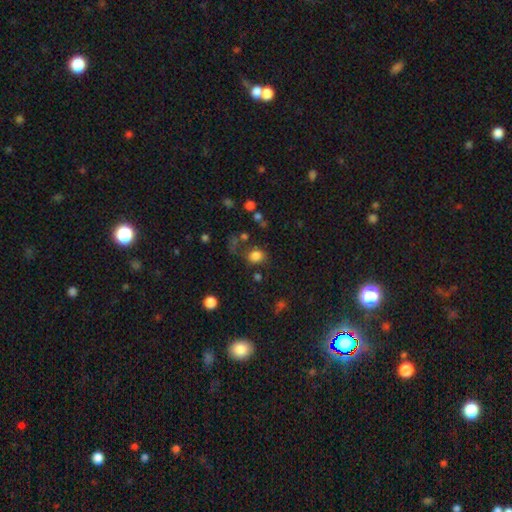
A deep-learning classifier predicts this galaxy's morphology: smooth-or-featured: smooth: 80% | star or artifact: 13% | featured or disk: 7%
  how-rounded: round: 66% | in between: 33% | cigar-shaped: 1%
  merging: none: 63% | minor disturbance: 17% | major disturbance: 13% | merger: 7%